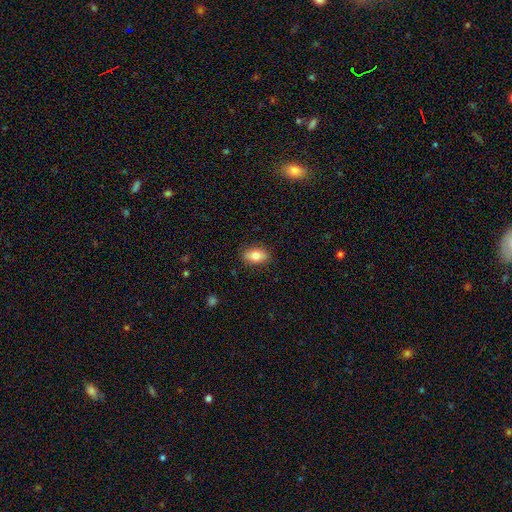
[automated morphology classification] Q: Smooth or featured?
A: smooth (81%); runner-up: featured or disk (12%)
Q: How rounded?
A: in between (88%); runner-up: round (9%)
Q: Merging?
A: none (87%); runner-up: minor disturbance (10%)